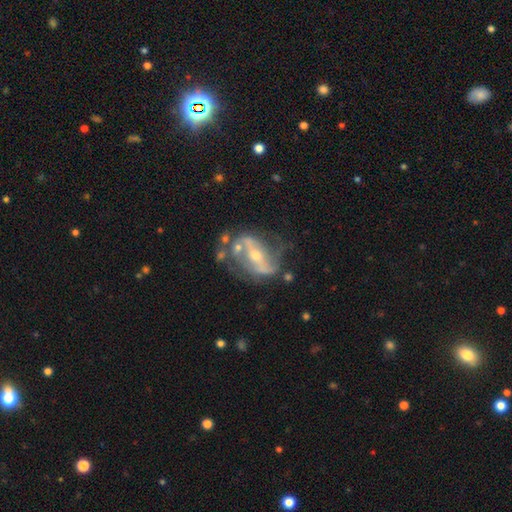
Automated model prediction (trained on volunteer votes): smooth-or-featured: featured or disk: 84% | smooth: 9% | star or artifact: 7%
  disk-edge-on: no: 93% | yes: 7%
    bar: strong: 57% | weak: 25% | no: 18%
    has-spiral-arms: yes: 82% | no: 18%
      spiral-winding: medium: 40% | loose: 39% | tight: 21%
      spiral-arm-count: 2: 79% | can't tell: 12% | 1: 4% | 3: 3% | 4: 1% | more than 4: 1%
    bulge-size: moderate: 50% | small: 46% | large: 2% | none: 1% | dominant: 1%
  merging: none: 54% | minor disturbance: 21% | major disturbance: 17% | merger: 8%